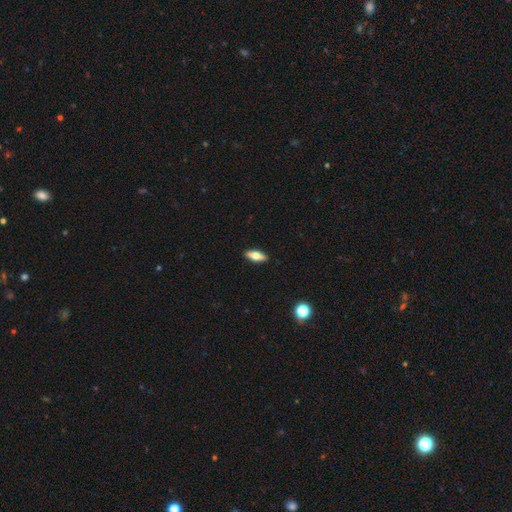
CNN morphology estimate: Smooth or featured? Predicted: smooth (p=0.62). How rounded? Predicted: in between (p=0.66). Merging? Predicted: none (p=0.90).